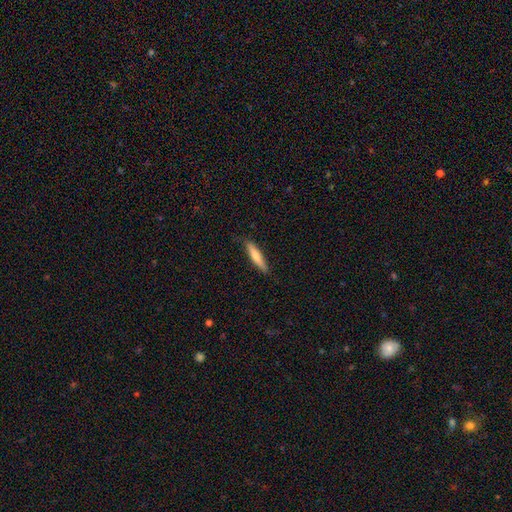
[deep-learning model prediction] Overall: smooth (66%; featured or disk 28%). How rounded: cigar-shaped (86%). Merging: none (84%).